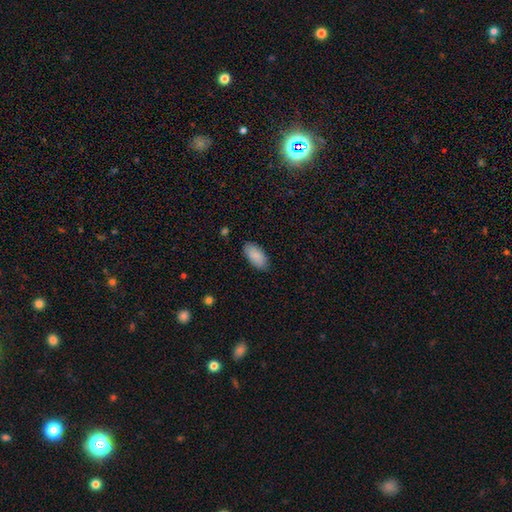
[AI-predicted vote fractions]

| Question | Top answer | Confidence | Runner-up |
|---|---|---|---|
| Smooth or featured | smooth | 89% | star or artifact (6%) |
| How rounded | in between | 93% | cigar-shaped (5%) |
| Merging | none | 87% | minor disturbance (10%) |